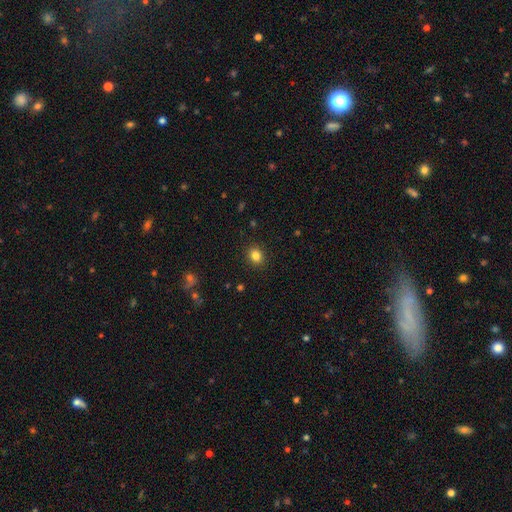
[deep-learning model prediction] This appears to be a smooth galaxy with no disk features (83%) that is round (65%). Merging: none (90%).